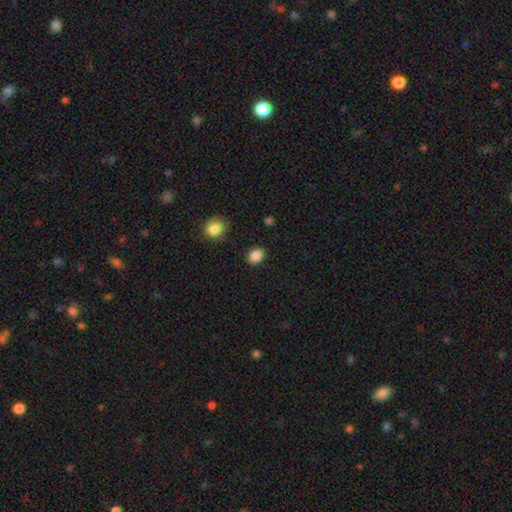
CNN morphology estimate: Smooth or featured? smooth (87%)
How rounded? round (52%)
Merging? none (87%)